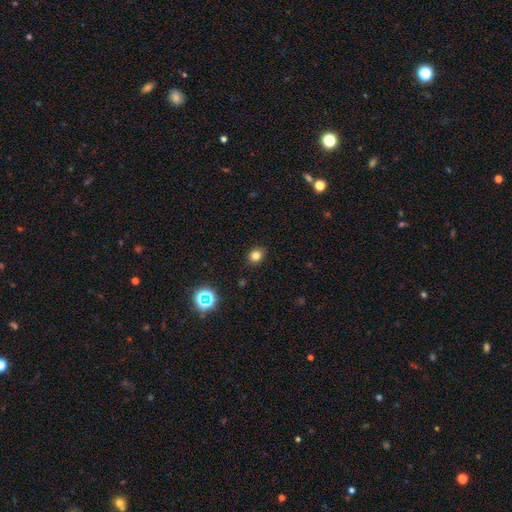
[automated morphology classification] A smooth galaxy with no disk features (78%) that is round (63%).

Vote fractions:
- Smooth or featured? smooth: 78% / star or artifact: 16% / featured or disk: 7%
- How rounded? round: 63% / in between: 36% / cigar-shaped: 1%
- Merging? none: 89% / minor disturbance: 8% / major disturbance: 2% / merger: 1%